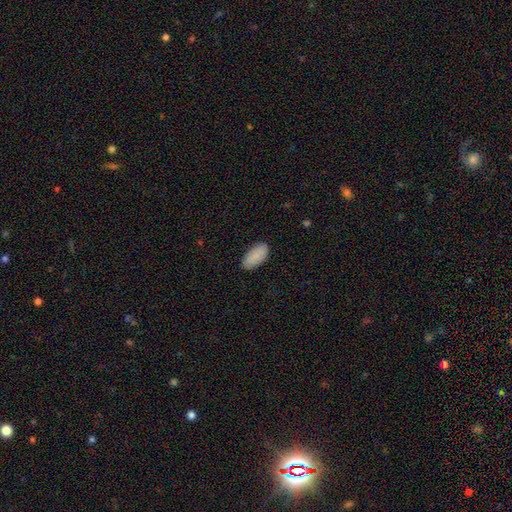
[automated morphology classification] Q: Smooth or featured?
A: smooth (88%); runner-up: star or artifact (6%)
Q: How rounded?
A: in between (94%); runner-up: cigar-shaped (4%)
Q: Merging?
A: none (86%); runner-up: minor disturbance (11%)